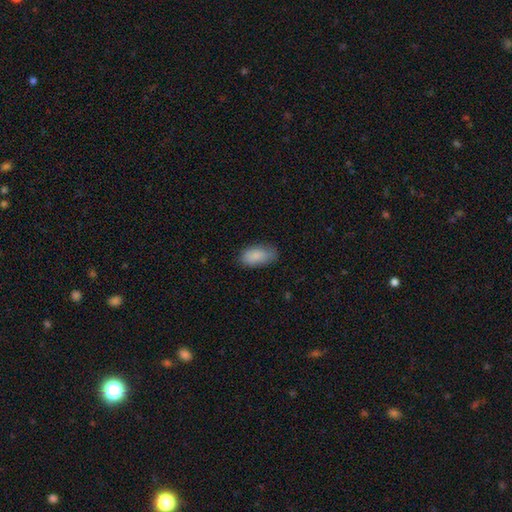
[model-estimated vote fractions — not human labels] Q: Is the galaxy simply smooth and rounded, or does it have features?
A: smooth — 87%.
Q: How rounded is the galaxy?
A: in between — 93%.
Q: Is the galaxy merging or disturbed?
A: none — 75%.